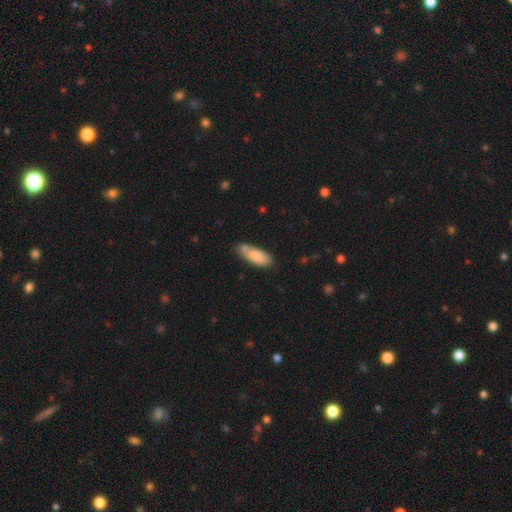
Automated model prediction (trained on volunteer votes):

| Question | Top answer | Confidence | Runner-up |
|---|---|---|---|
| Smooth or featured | smooth | 80% | featured or disk (13%) |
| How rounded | in between | 68% | cigar-shaped (31%) |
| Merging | none | 57% | minor disturbance (23%) |